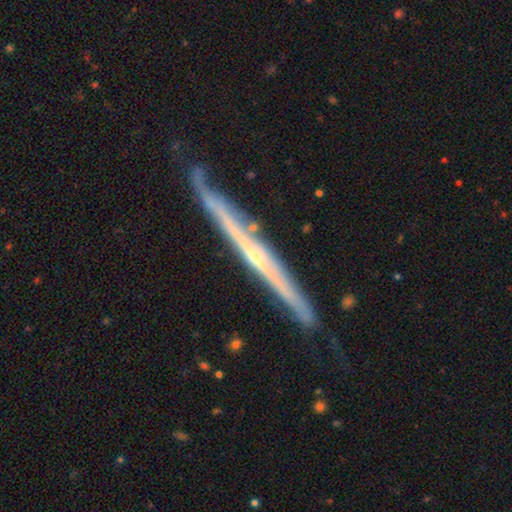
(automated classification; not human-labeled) featured or disk 83%, smooth 12%, star or artifact 5%. Down the decision tree: edge-on disk — yes (97%); edge-on bulge — rounded (53%); merging — none (78%).